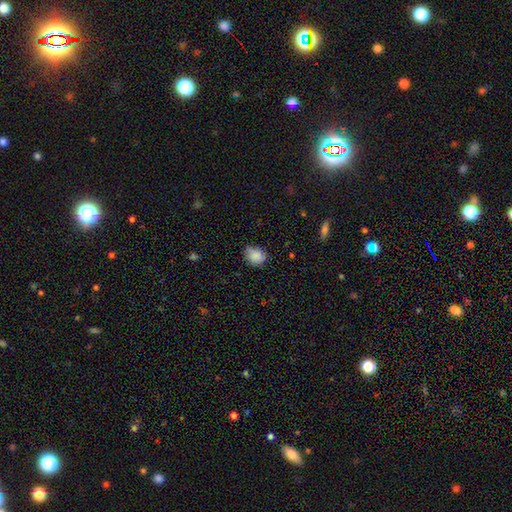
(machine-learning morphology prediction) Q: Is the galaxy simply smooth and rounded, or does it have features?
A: smooth — 87%.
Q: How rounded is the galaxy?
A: in between — 51%.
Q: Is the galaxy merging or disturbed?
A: none — 69%.